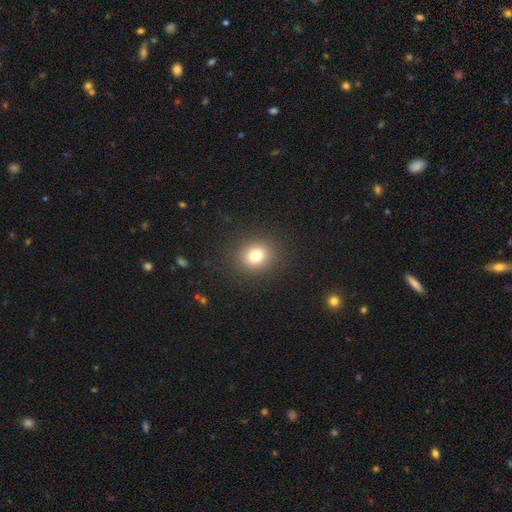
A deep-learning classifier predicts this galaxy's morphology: smooth-or-featured: smooth: 77% | star or artifact: 13% | featured or disk: 9%
  how-rounded: round: 72% | in between: 27% | cigar-shaped: 1%
  merging: none: 89% | minor disturbance: 7% | major disturbance: 3% | merger: 1%